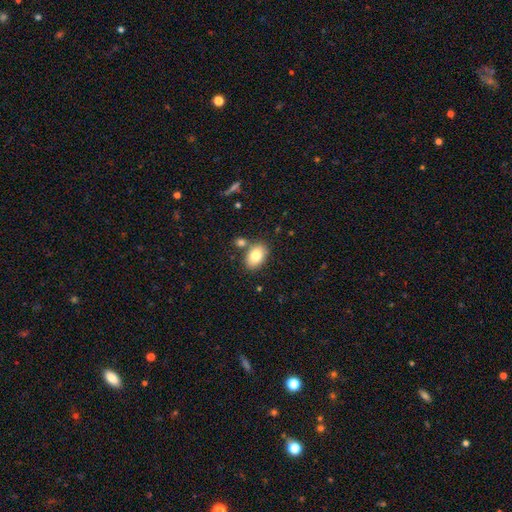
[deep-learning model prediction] smooth-or-featured: smooth: 80% | featured or disk: 12% | star or artifact: 8%
  how-rounded: in between: 85% | round: 14% | cigar-shaped: 1%
  merging: none: 74% | merger: 12% | minor disturbance: 11% | major disturbance: 3%